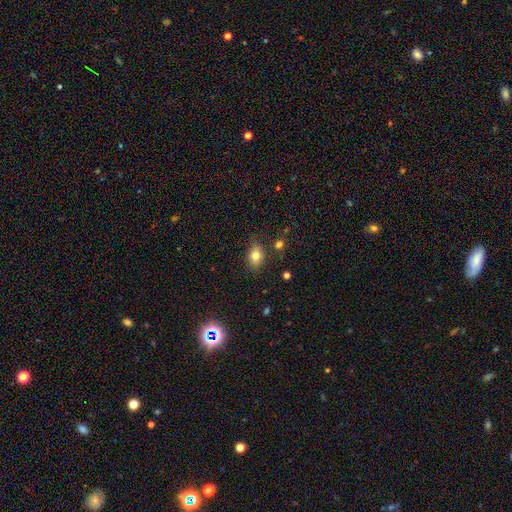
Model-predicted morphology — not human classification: Smooth or featured? smooth (78%)
How rounded? in between (71%)
Merging? none (79%)